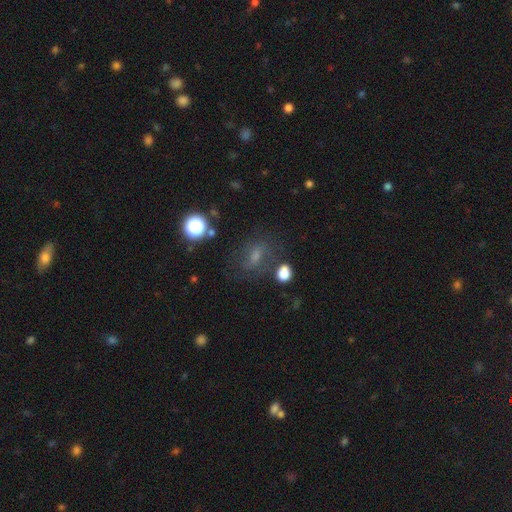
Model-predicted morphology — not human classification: This is marginally a smooth galaxy (40%). Merging: likely none (66%).